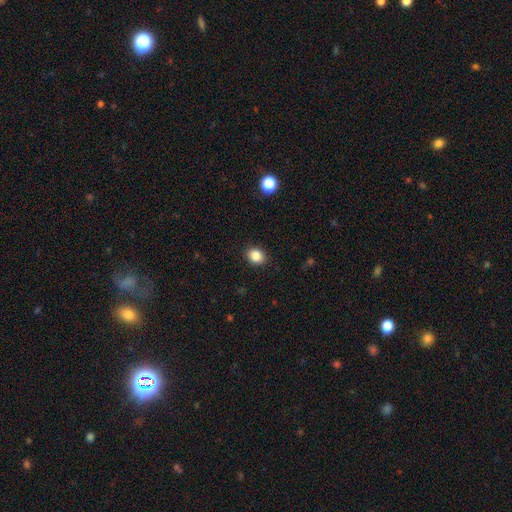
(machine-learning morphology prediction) Overall: smooth (86%). How rounded: round (53%; in between 47%). Merging: none (90%).